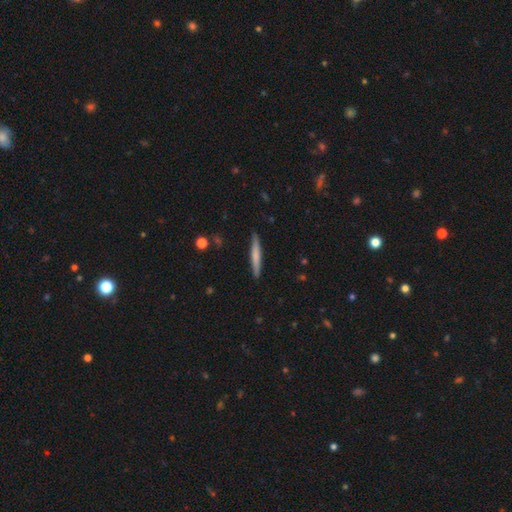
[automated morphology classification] The model was most divided on "smooth or featured": smooth: 63%, featured or disk: 32%, star or artifact: 6%. More confident: how rounded — cigar-shaped (96%); merging — none (89%).